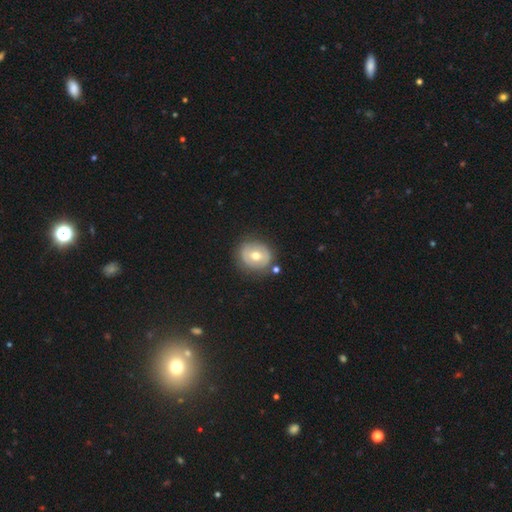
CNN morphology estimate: smooth 48%, featured or disk 45%, star or artifact 7%. Down the decision tree: merging — none (78%).